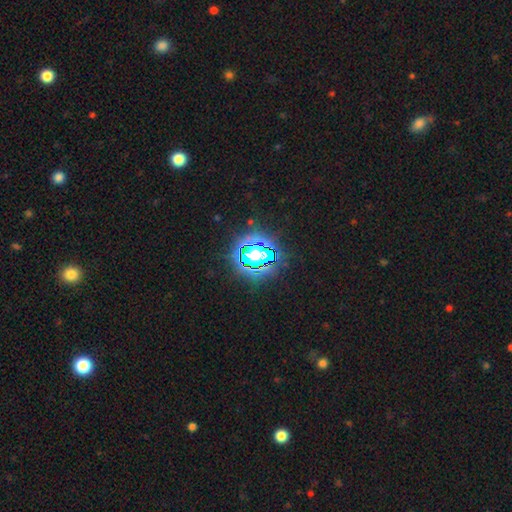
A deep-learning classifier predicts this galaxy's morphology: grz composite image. It shows a star or artifact, not a galaxy (69%).